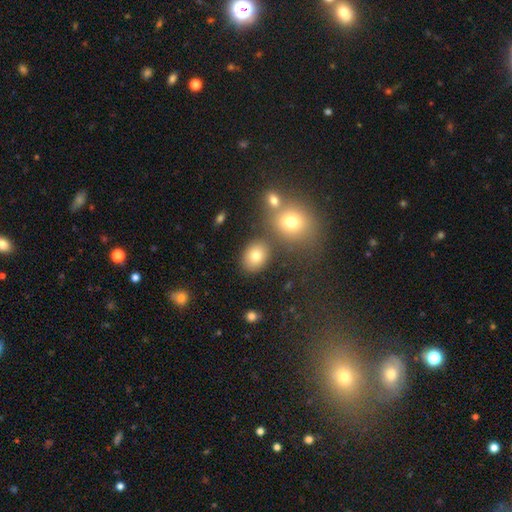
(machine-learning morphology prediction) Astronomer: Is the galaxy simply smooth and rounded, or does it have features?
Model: smooth — 78%.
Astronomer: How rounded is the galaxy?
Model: in between — 54% (runner-up: round, 45%).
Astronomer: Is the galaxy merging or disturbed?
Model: none — 77%.